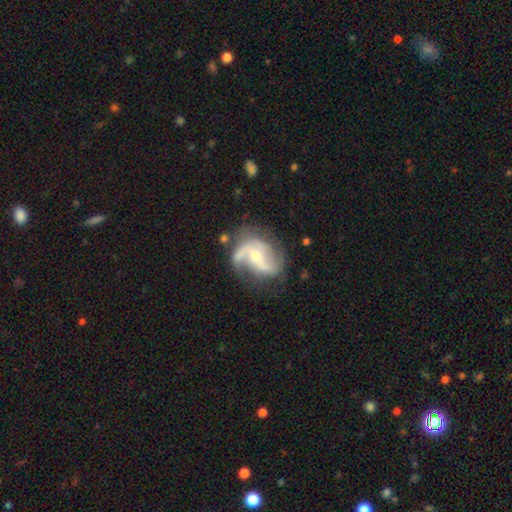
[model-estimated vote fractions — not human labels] A featured or disk galaxy (85%) with no bar (42%), 2 (67%) medium (43%) spiral arms (94%) and a small central bulge (52%).

Vote fractions:
- Smooth or featured? featured or disk: 85% / smooth: 9% / star or artifact: 6%
- Edge-on disk? no: 97% / yes: 3%
- Bar? no: 42% / weak: 38% / strong: 20%
- Spiral arms? yes: 94% / no: 6%
- Spiral winding? medium: 43% / loose: 41% / tight: 16%
- Spiral arm count? 2: 67% / 3: 12% / can't tell: 9% / 1: 7% / 4: 2% / more than 4: 2%
- Bulge size? small: 52% / moderate: 43% / large: 2% / none: 2% / dominant: 1%
- Merging? none: 57% / minor disturbance: 23% / major disturbance: 16% / merger: 4%